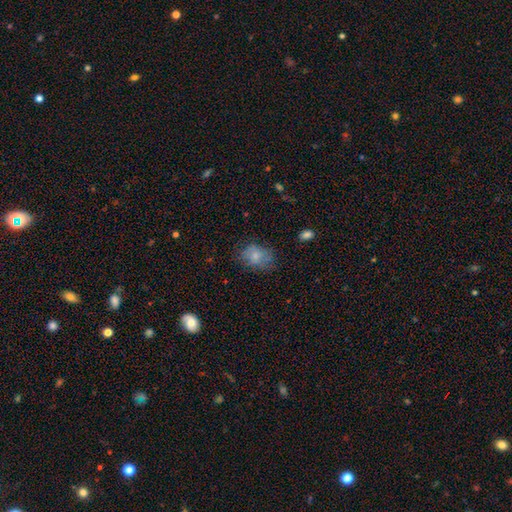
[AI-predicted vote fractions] Smooth or featured? Predicted: smooth (p=0.76). How rounded? Predicted: in between (p=0.67). Merging? Predicted: none (p=0.61).